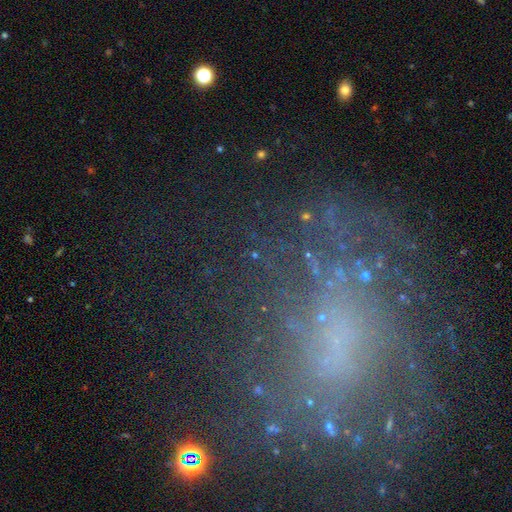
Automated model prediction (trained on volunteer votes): smooth_or_featured: star or artifact (p=0.46) [alt: featured or disk p=0.35]